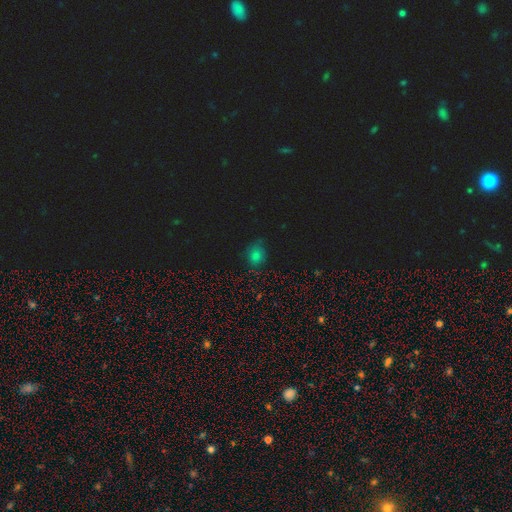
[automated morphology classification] smooth_or_featured: smooth (p=0.69) [alt: star or artifact p=0.25]
how_rounded: round (p=0.53) [alt: in between p=0.45]
merging: none (p=0.75) [alt: minor disturbance p=0.19]